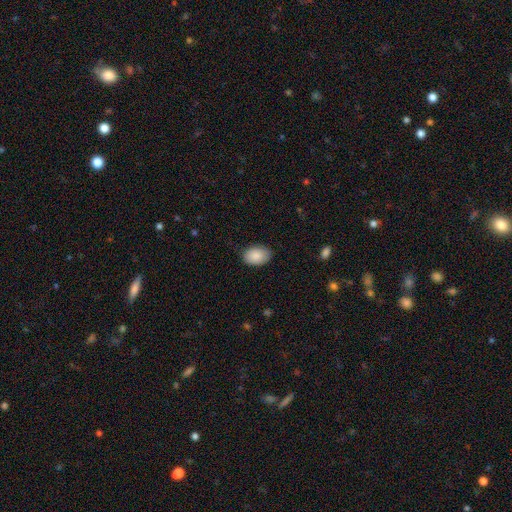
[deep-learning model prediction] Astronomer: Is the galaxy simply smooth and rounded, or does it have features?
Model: smooth — 88%.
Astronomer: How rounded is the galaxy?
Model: in between — 85%.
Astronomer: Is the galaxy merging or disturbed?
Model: none — 83%.